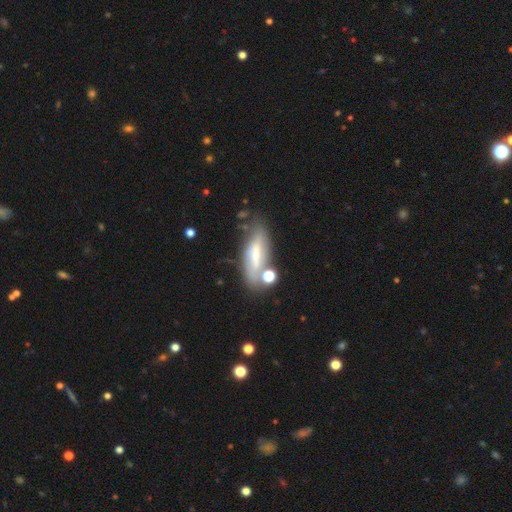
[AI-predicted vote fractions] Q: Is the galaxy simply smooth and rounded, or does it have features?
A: featured or disk — 46%.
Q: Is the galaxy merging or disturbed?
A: none — 59%.